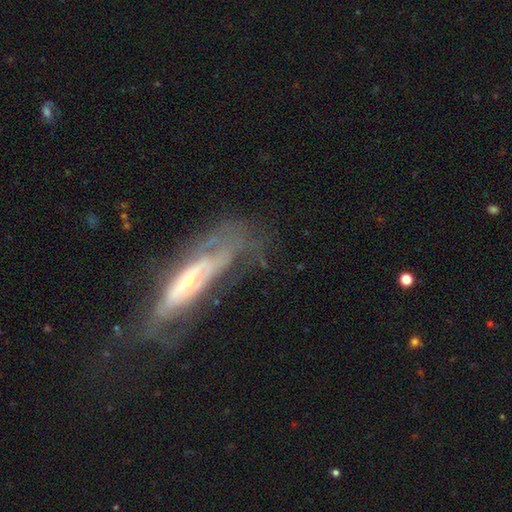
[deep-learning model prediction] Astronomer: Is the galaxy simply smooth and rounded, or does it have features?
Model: featured or disk — 73%.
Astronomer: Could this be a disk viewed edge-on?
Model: no — 67%.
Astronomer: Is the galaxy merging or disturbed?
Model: none — 48% (runner-up: major disturbance, 26%).